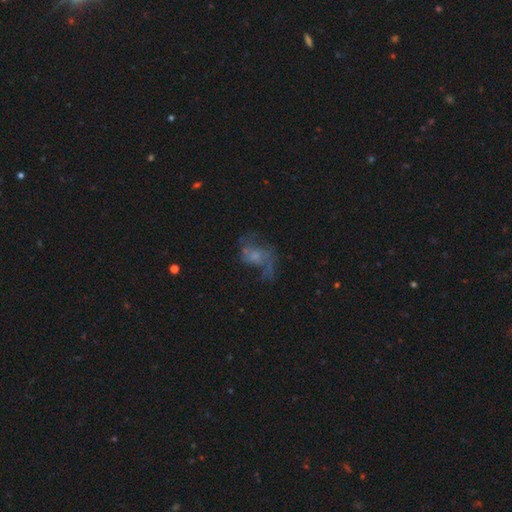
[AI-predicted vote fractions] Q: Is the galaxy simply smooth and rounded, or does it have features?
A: featured or disk — 66%.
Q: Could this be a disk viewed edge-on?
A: no — 97%.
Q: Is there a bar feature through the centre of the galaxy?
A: no — 73%.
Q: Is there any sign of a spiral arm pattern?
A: yes — 78%.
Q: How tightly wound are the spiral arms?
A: loose — 69%.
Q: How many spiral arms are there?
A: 2 — 58%.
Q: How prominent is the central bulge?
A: small — 49%.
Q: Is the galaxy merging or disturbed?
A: none — 42%.